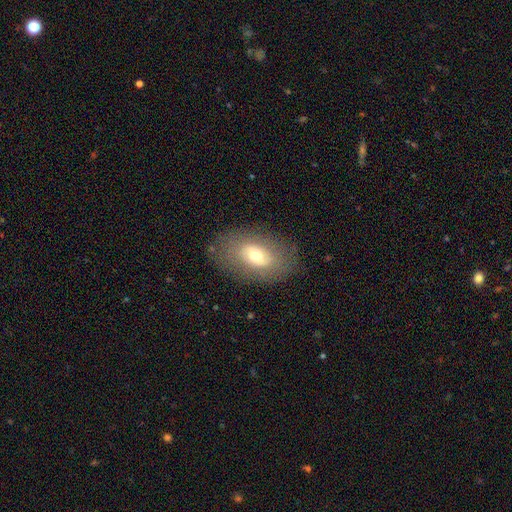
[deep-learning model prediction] smooth_or_featured: smooth (p=0.53) [alt: featured or disk p=0.38]
how_rounded: in between (p=0.87) [alt: round p=0.11]
merging: none (p=0.81) [alt: minor disturbance p=0.12]